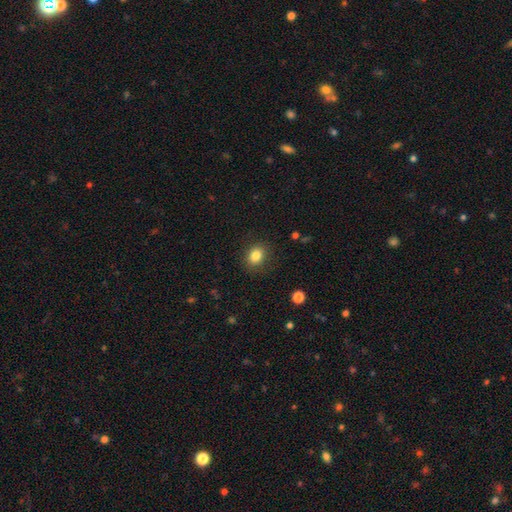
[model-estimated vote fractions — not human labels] Morphology: type=smooth (84%); roundness=in between (52%); merging=none (86%).